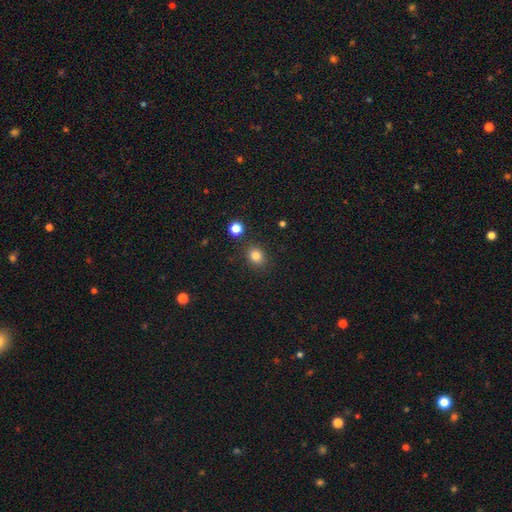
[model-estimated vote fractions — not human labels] smooth_or_featured: smooth (p=0.83) [alt: star or artifact p=0.12]
how_rounded: round (p=0.60) [alt: in between p=0.39]
merging: none (p=0.86) [alt: minor disturbance p=0.09]